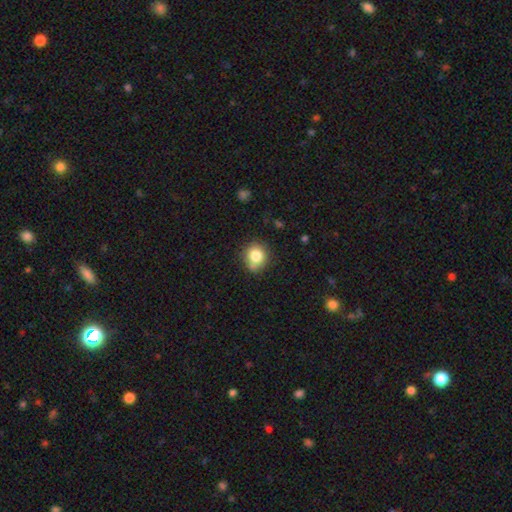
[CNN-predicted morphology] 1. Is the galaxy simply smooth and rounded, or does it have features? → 80% smooth, 11% star or artifact, 9% featured or disk.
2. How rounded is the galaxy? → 81% round, 18% in between, 1% cigar-shaped.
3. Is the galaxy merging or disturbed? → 70% none, 18% minor disturbance, 7% merger, 4% major disturbance.